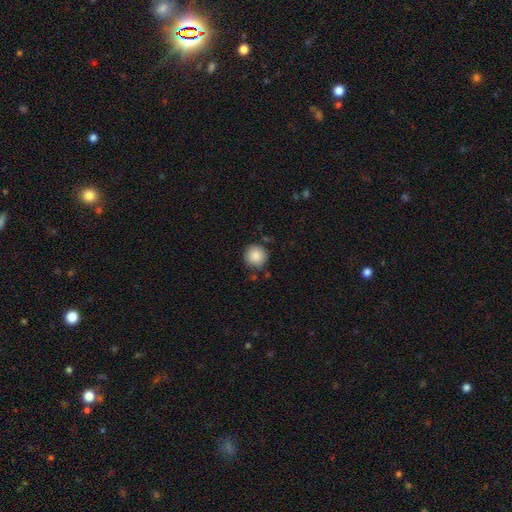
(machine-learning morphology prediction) The model was most divided on "merging": none: 84%, minor disturbance: 10%, merger: 3%, major disturbance: 3%. More confident: how rounded — round (94%); smooth or featured — smooth (88%).